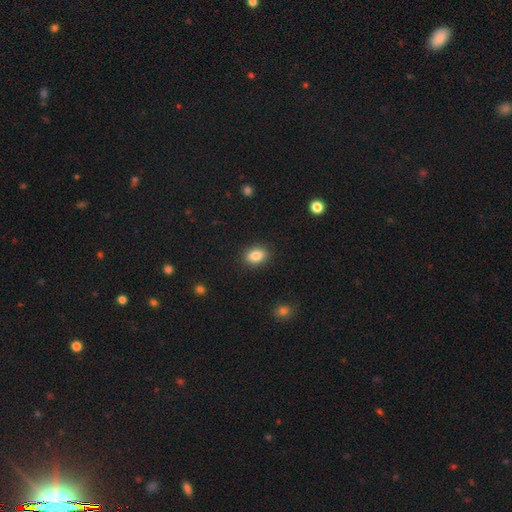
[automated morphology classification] Smooth or featured?
  - smooth: 85% *
  - star or artifact: 9%
  - featured or disk: 6%
How rounded?
  - in between: 77% *
  - round: 21%
  - cigar-shaped: 2%
Merging?
  - none: 89% *
  - minor disturbance: 8%
  - major disturbance: 2%
  - merger: 1%